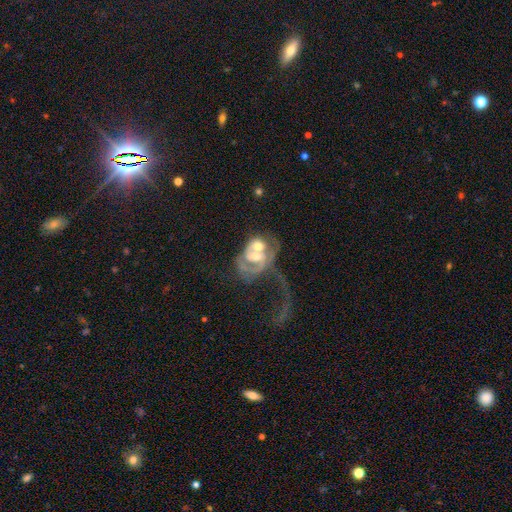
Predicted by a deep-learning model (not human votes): This appears to be a featured or disk galaxy (74%) with no bar (59%), 2 (37%) loose (40%) spiral arms (73%) and a moderate central bulge (58%). Merging: merger (60%).